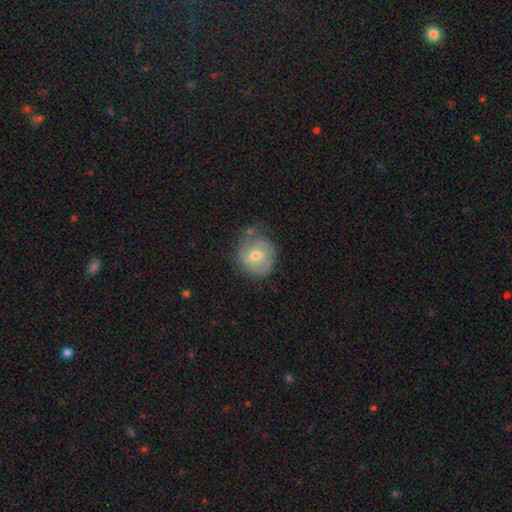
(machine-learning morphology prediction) Overall: smooth (56%; featured or disk 36%). How rounded: round (75%). Merging: none (57%; minor disturbance 29%).